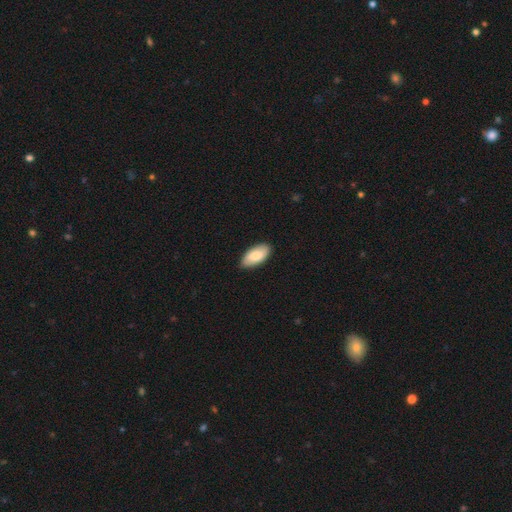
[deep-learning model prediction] Smooth or featured: smooth — 82% (featured or disk — 13%)
How rounded: in between — 94% (cigar-shaped — 4%)
Merging: none — 86% (minor disturbance — 12%)